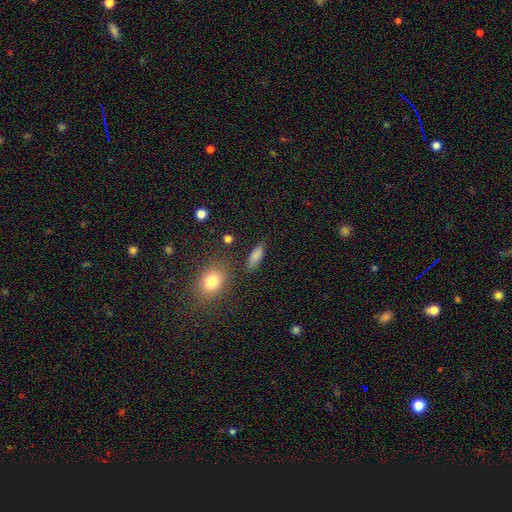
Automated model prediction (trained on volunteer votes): smooth 84%, star or artifact 9%, featured or disk 7%. Down the decision tree: how rounded — in between (74%); merging — none (82%).